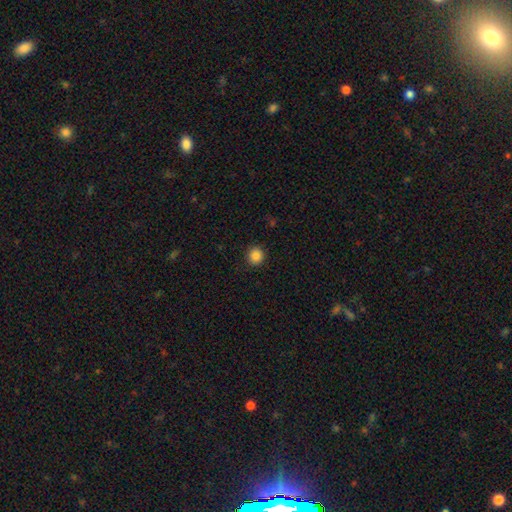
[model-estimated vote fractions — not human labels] Morphology: type=smooth (86%); roundness=round (93%); merging=none (92%).